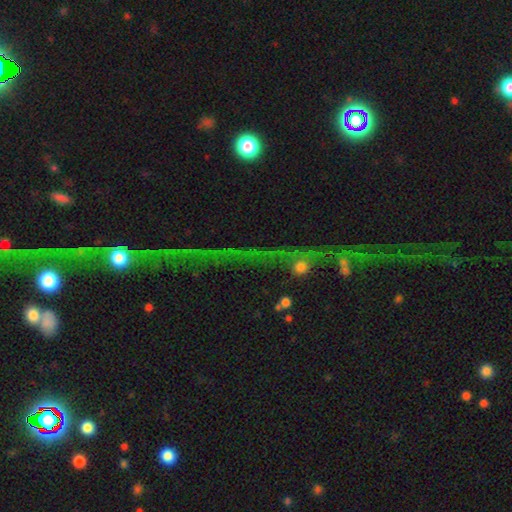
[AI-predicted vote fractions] Overall: star or artifact (66%).